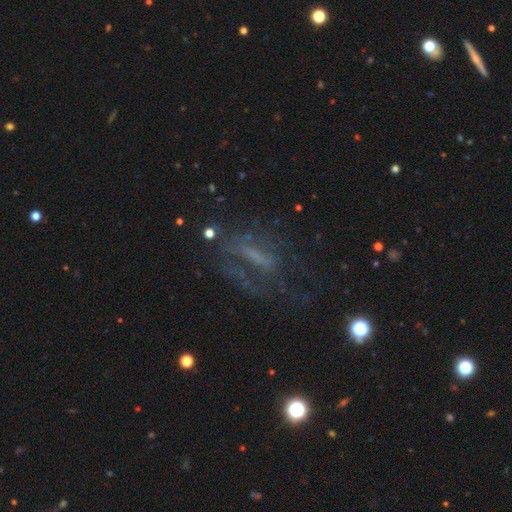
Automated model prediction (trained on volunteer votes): This appears to be a featured or disk galaxy (57%). Merging: none (46%).